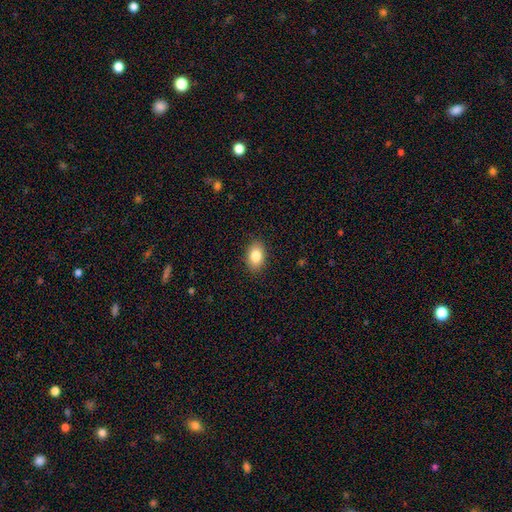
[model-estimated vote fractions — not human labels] Smooth or featured? smooth (85%)
How rounded? in between (85%)
Merging? none (89%)